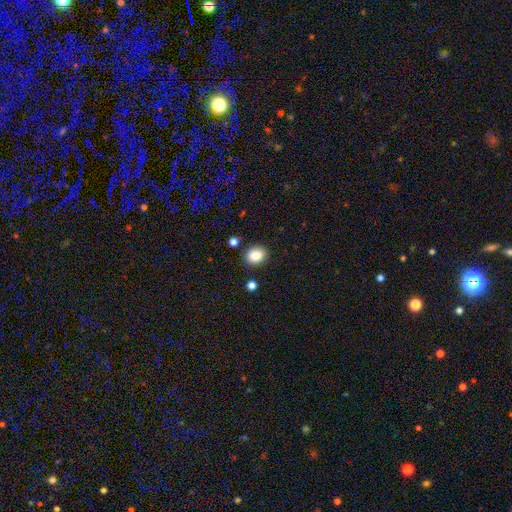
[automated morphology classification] type=smooth (86%); roundness=round (54%); merging=none (86%).